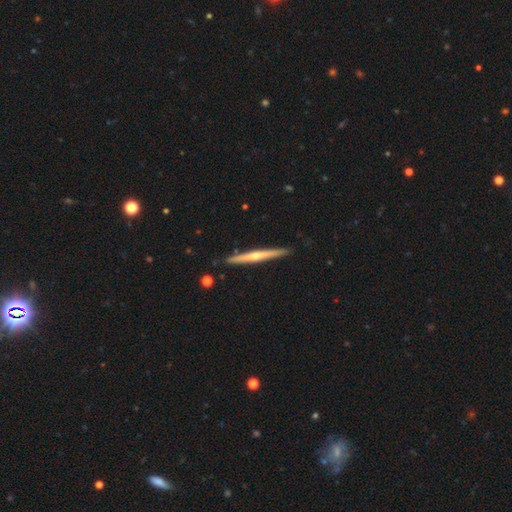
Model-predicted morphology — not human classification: Overall: featured or disk (67%; smooth 28%). Edge-on disk: yes (98%). Edge-on bulge: rounded (72%). Merging: none (90%).